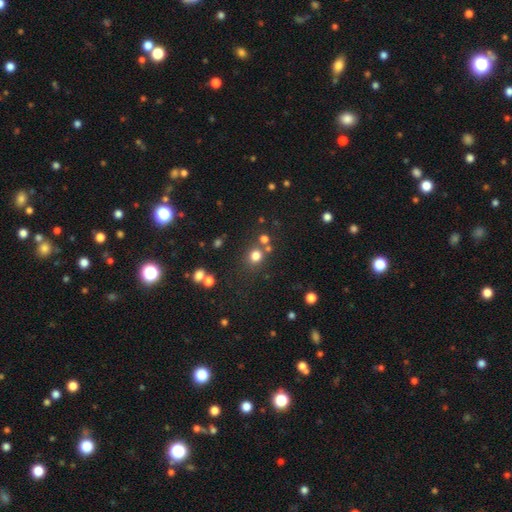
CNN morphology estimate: The model was most divided on "merging": none: 71%, merger: 15%, minor disturbance: 9%, major disturbance: 5%. More confident: how rounded — round (85%); smooth or featured — smooth (75%).